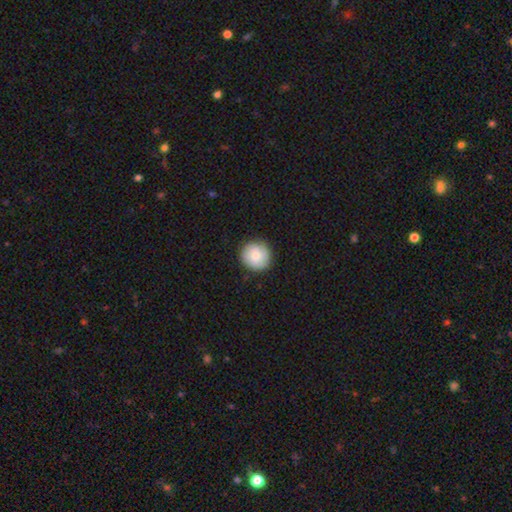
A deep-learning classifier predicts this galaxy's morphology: A smooth galaxy with no disk features (75%) that is round (93%). Merging: none (87%).